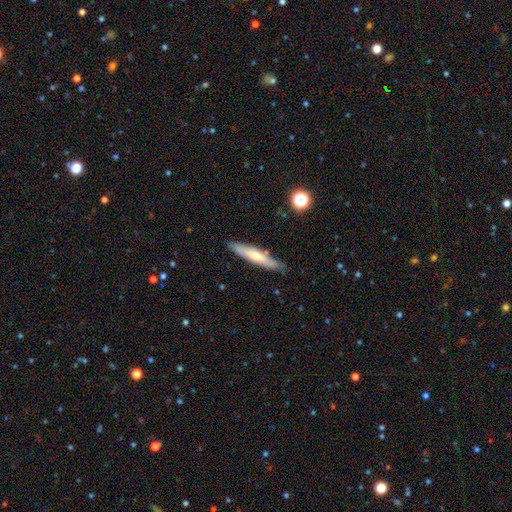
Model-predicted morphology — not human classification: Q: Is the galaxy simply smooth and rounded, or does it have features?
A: smooth — 56%.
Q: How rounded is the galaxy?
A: cigar-shaped — 91%.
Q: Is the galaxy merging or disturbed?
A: none — 83%.